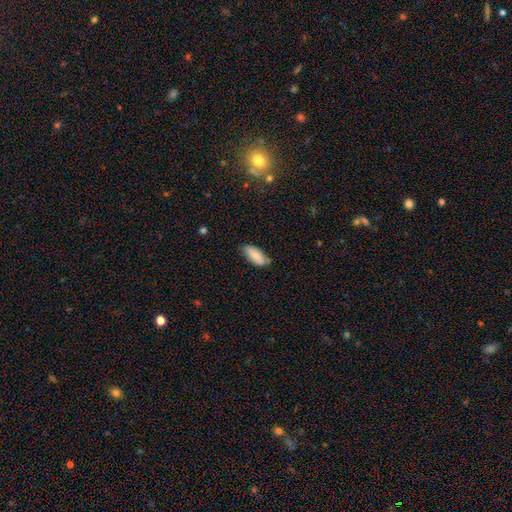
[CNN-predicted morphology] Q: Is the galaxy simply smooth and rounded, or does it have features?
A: smooth — 78%.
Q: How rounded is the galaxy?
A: in between — 88%.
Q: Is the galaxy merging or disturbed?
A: none — 67%.